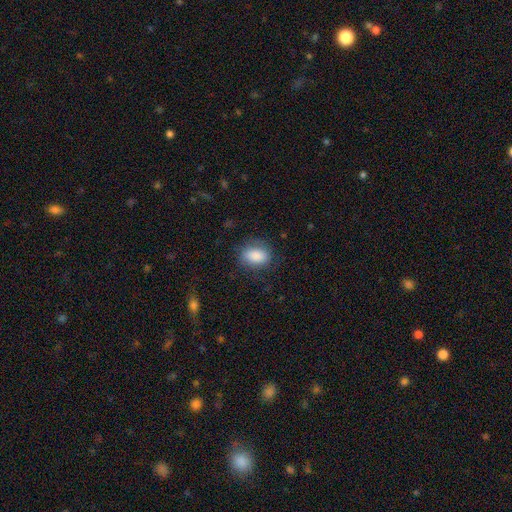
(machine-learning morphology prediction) Q: Smooth or featured?
A: smooth (85%); runner-up: featured or disk (8%)
Q: How rounded?
A: in between (81%); runner-up: round (17%)
Q: Merging?
A: none (75%); runner-up: minor disturbance (17%)